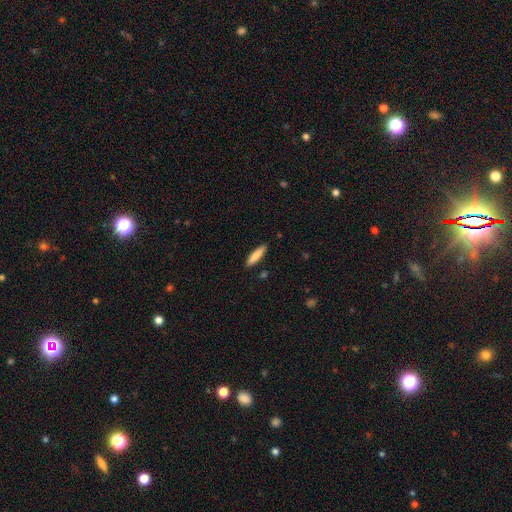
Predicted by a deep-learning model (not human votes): A smooth galaxy with no disk features (85%) that is cigar-shaped (74%). Merging: none (89%).